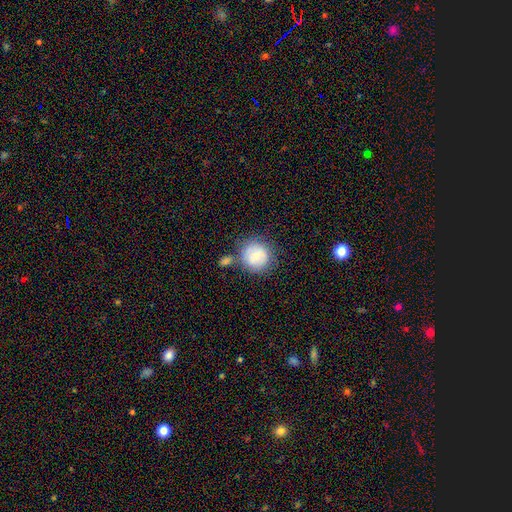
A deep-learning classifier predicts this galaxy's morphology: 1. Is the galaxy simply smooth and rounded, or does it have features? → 77% smooth, 15% featured or disk, 8% star or artifact.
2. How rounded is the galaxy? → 88% round, 11% in between, 1% cigar-shaped.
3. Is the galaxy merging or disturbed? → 53% none, 21% merger, 17% minor disturbance, 8% major disturbance.